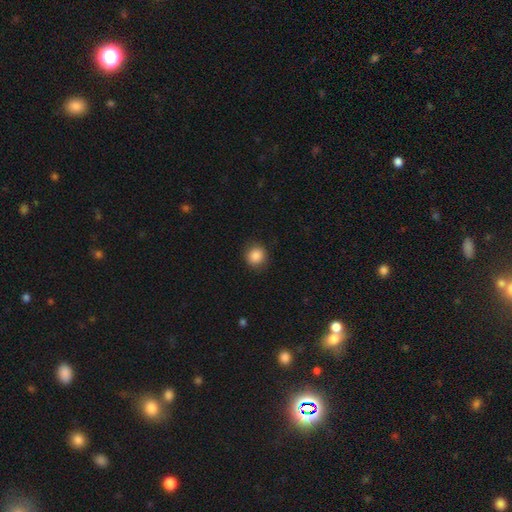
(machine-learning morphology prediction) Smooth or featured? smooth (87%)
How rounded? round (89%)
Merging? none (88%)